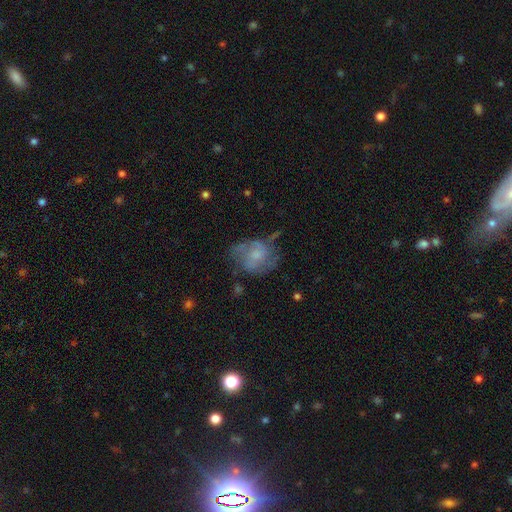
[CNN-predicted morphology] Smooth or featured? Predicted: featured or disk (p=0.54). Edge-on disk? Predicted: no (p=0.97). Bar? Predicted: no (p=0.72). Spiral arms? Predicted: yes (p=0.64). Bulge size? Predicted: moderate (p=0.40). Merging? Predicted: none (p=0.49).